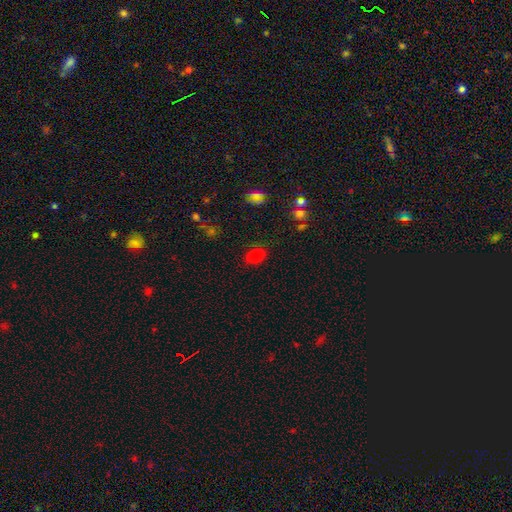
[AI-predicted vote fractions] smooth 74%, star or artifact 21%, featured or disk 6%. Down the decision tree: how rounded — in between (68%); merging — none (78%).